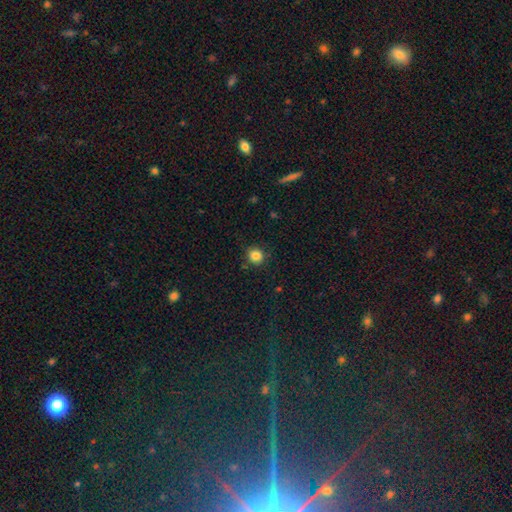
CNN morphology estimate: smooth_or_featured: smooth (p=0.84) [alt: star or artifact p=0.12]
how_rounded: round (p=0.90) [alt: in between p=0.09]
merging: none (p=0.87) [alt: minor disturbance p=0.08]